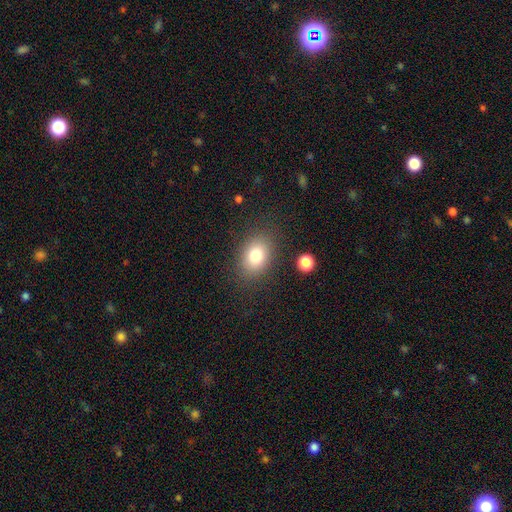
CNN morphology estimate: Smooth or featured: smooth — 79% (star or artifact — 11%)
How rounded: in between — 70% (round — 29%)
Merging: none — 83% (minor disturbance — 11%)